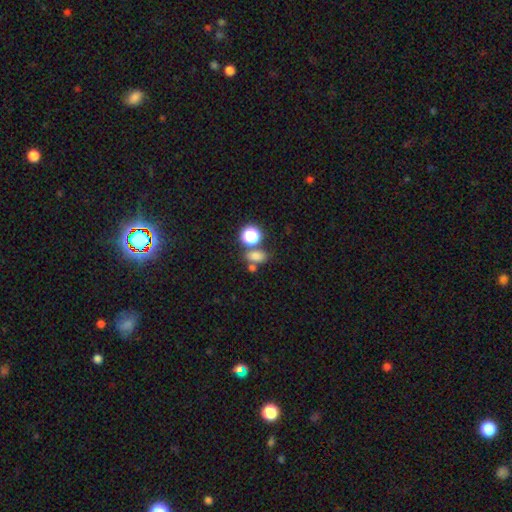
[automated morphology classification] A smooth galaxy with no disk features (73%) that is in between round and cigar-shaped (64%). Merging: none (58%).